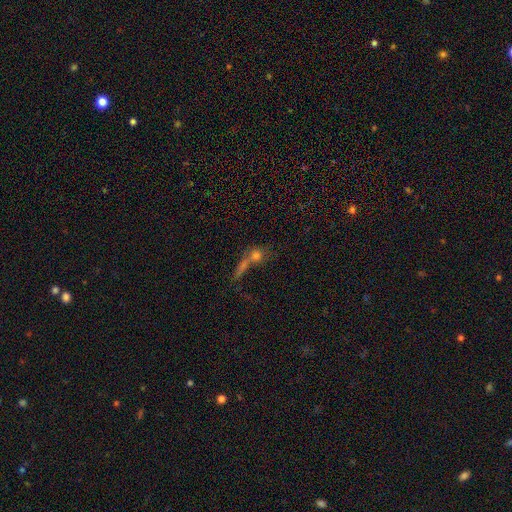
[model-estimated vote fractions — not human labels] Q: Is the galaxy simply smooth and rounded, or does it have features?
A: smooth — 64%.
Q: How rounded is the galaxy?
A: round — 61%.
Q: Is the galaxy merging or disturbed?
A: merger — 46%.